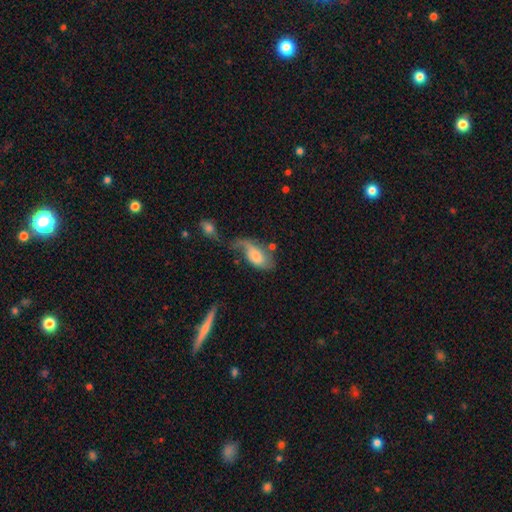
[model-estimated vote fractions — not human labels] Smooth or featured?
  - smooth: 53% *
  - featured or disk: 39%
  - star or artifact: 8%
How rounded?
  - in between: 90% *
  - cigar-shaped: 6%
  - round: 4%
Merging?
  - major disturbance: 35% *
  - none: 26%
  - minor disturbance: 23%
  - merger: 16%